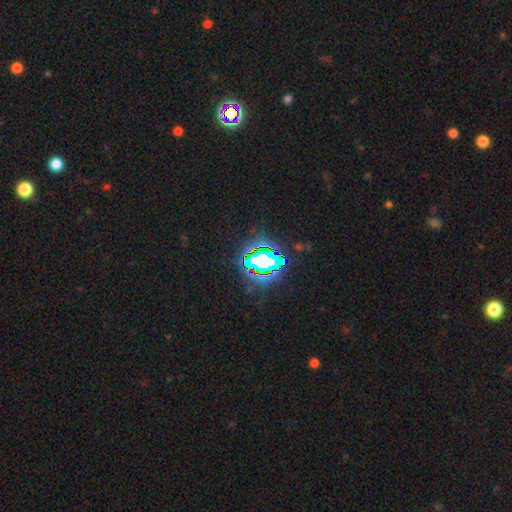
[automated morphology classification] smooth_or_featured: star or artifact (p=0.82) [alt: smooth p=0.11]